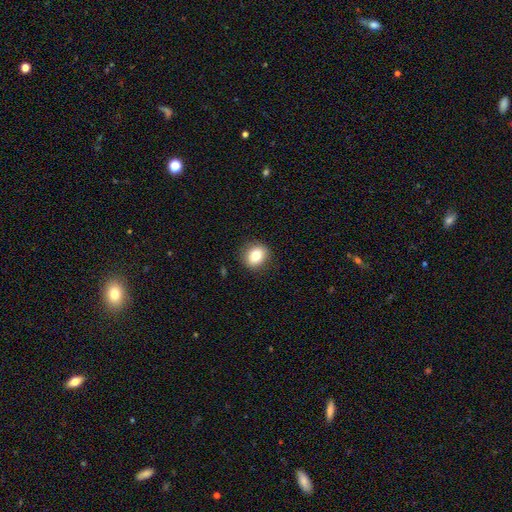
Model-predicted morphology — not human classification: Overall: smooth (82%). How rounded: round (64%; in between 35%). Merging: none (87%).